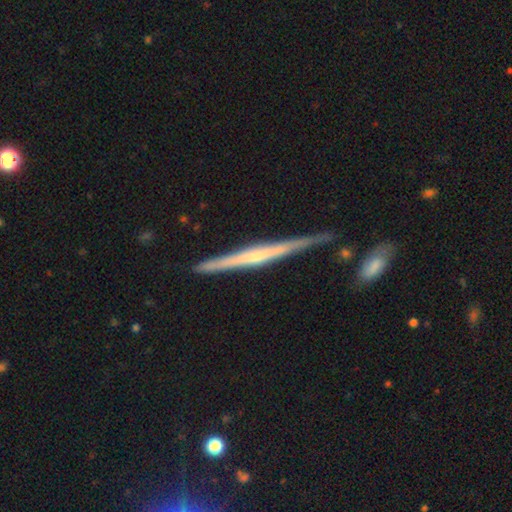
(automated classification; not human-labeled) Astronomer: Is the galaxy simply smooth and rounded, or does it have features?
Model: featured or disk — 73%.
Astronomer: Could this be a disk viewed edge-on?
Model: yes — 97%.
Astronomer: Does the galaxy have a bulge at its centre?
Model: none — 47% (runner-up: rounded, 42%).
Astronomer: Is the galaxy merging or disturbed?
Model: none — 81%.